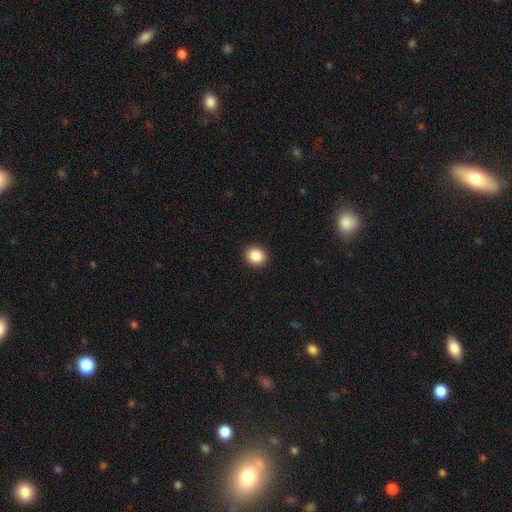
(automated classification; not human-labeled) Overall: smooth (88%). How rounded: round (73%). Merging: none (92%).